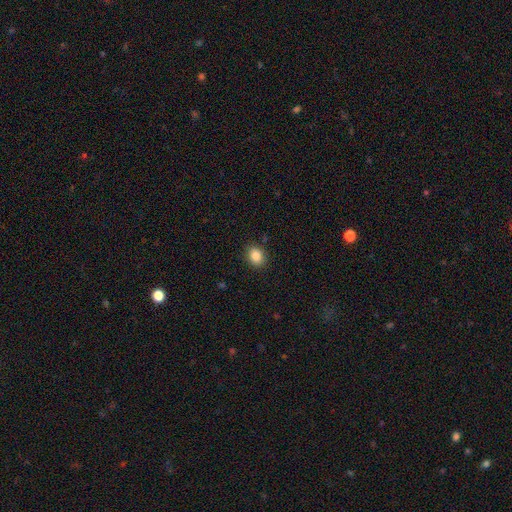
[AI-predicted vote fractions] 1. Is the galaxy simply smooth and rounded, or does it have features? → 86% smooth, 10% star or artifact, 5% featured or disk.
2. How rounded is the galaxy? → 52% round, 47% in between, 1% cigar-shaped.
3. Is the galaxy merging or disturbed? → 88% none, 8% minor disturbance, 2% major disturbance, 1% merger.